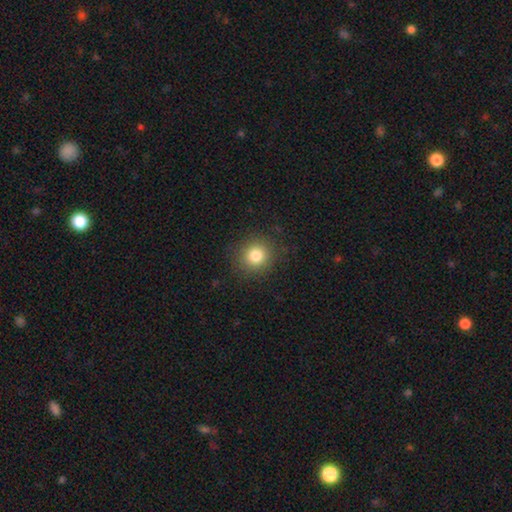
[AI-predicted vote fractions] Overall: smooth (82%). How rounded: round (89%). Merging: none (89%).